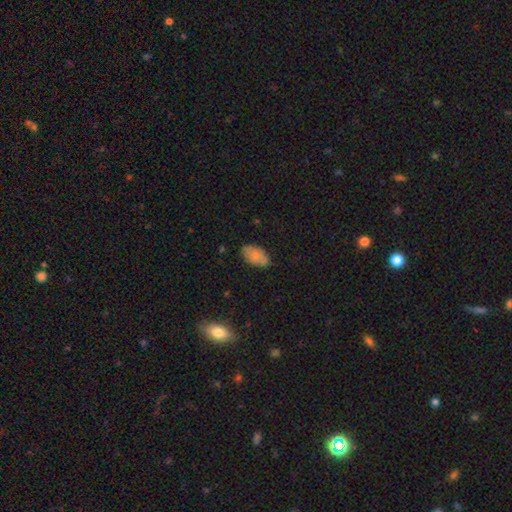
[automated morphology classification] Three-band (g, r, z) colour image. It shows a smooth galaxy with no disk features (70%) that is in between round and cigar-shaped (94%). Merging: none (77%).